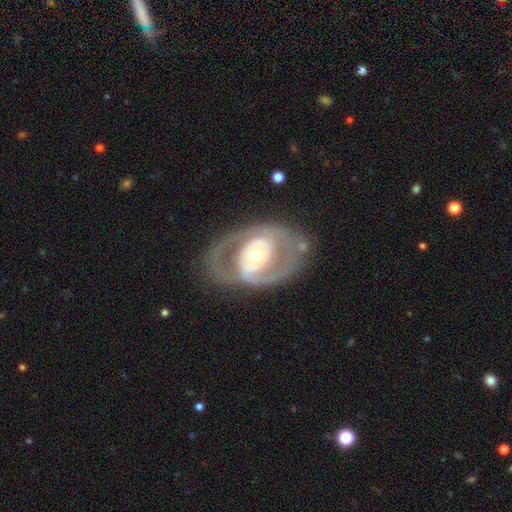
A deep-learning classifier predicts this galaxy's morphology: Overall: featured or disk (81%). Edge-on disk: no (95%). Bar: no (54%; weak 28%). Spiral arms: yes (63%; no 37%). Bulge size: moderate (66%). Merging: none (69%).